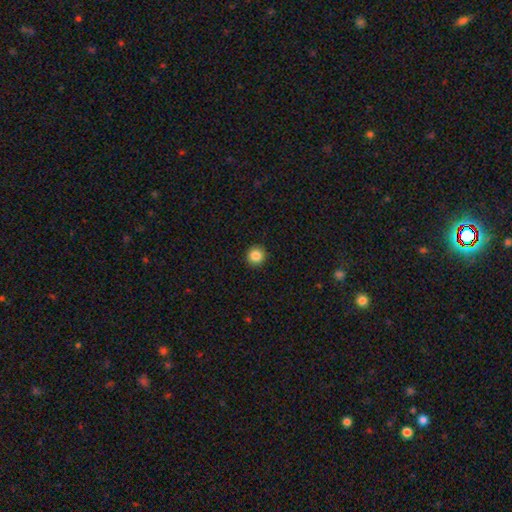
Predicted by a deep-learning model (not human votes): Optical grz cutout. It shows a smooth galaxy with no disk features (86%) that is round (94%). Merging: none (93%).